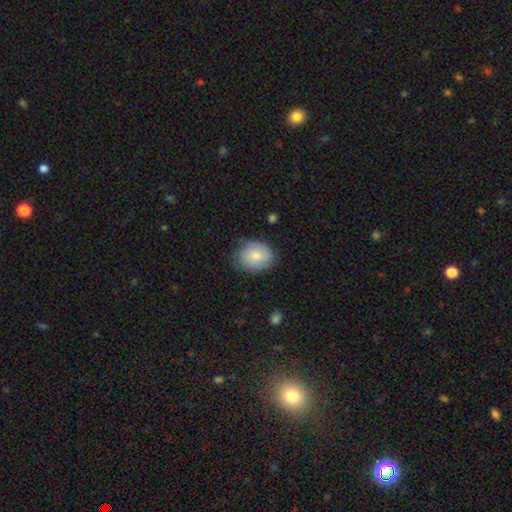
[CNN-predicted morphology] Q: Smooth or featured?
A: smooth (77%); runner-up: featured or disk (16%)
Q: How rounded?
A: round (54%); runner-up: in between (45%)
Q: Merging?
A: none (71%); runner-up: minor disturbance (23%)